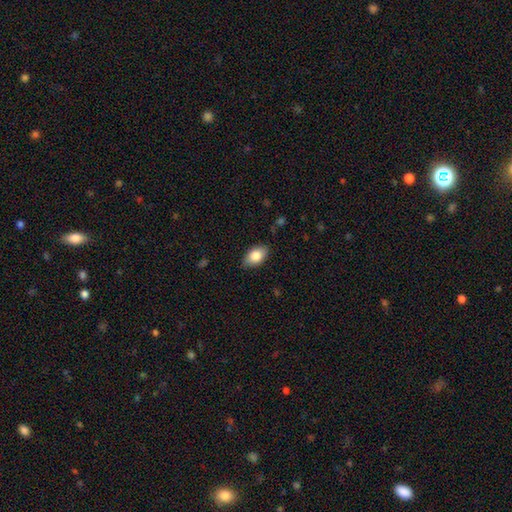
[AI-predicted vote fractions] smooth 82%, featured or disk 11%, star or artifact 7%. Down the decision tree: how rounded — in between (91%); merging — none (84%).